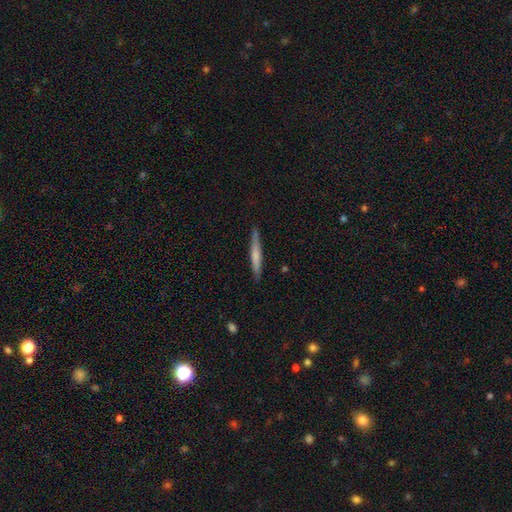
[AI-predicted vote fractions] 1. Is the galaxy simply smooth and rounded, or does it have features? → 56% smooth, 38% featured or disk, 6% star or artifact.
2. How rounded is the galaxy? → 95% cigar-shaped, 3% in between, 1% round.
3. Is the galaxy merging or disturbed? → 88% none, 9% minor disturbance, 2% major disturbance, 1% merger.